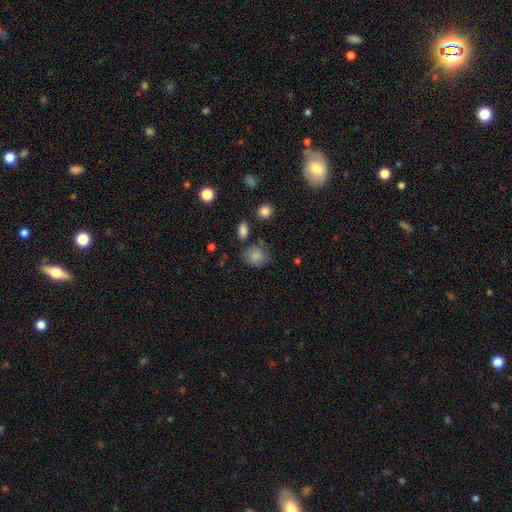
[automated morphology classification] The model was most divided on "how rounded": round: 59%, in between: 40%, cigar-shaped: 1%. More confident: smooth or featured — smooth (80%); merging — none (65%).